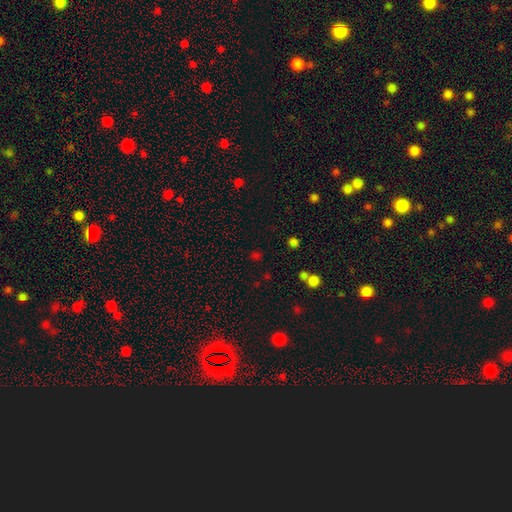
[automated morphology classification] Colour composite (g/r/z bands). It shows a smooth galaxy with no disk features (52%) that is round (77%). Merging: none (70%).